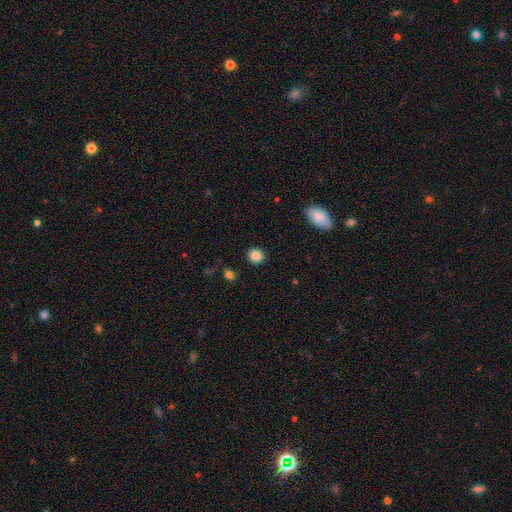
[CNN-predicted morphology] Smooth or featured?
  - smooth: 86% *
  - star or artifact: 10%
  - featured or disk: 4%
How rounded?
  - round: 84% *
  - in between: 15%
  - cigar-shaped: 1%
Merging?
  - none: 90% *
  - minor disturbance: 6%
  - major disturbance: 2%
  - merger: 2%